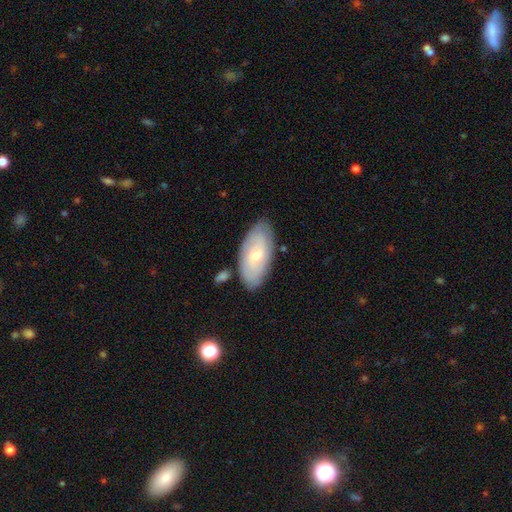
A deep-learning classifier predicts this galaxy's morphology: Smooth or featured?
  - smooth: 49% *
  - featured or disk: 45%
  - star or artifact: 6%
Merging?
  - none: 79% *
  - minor disturbance: 14%
  - merger: 4%
  - major disturbance: 3%